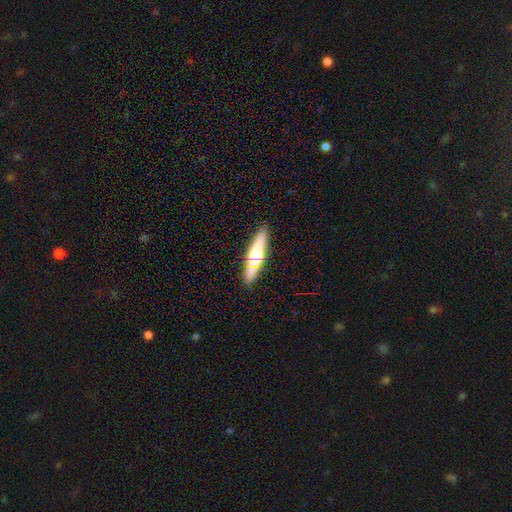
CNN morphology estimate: Smooth or featured: smooth — 49% (featured or disk — 45%)
Merging: none — 85% (minor disturbance — 10%)